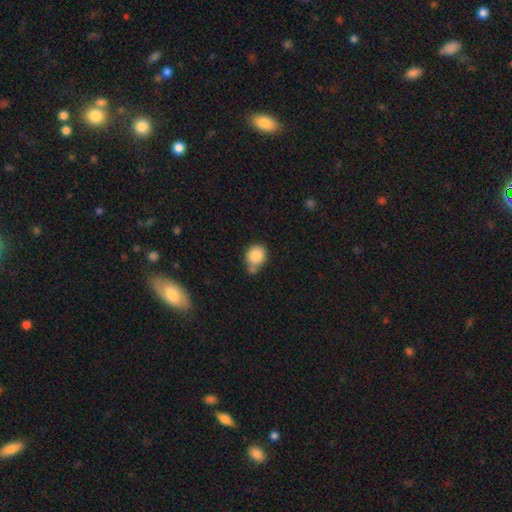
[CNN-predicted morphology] smooth_or_featured: smooth (p=0.85) [alt: star or artifact p=0.09]
how_rounded: round (p=0.69) [alt: in between p=0.30]
merging: none (p=0.54) [alt: minor disturbance p=0.21]